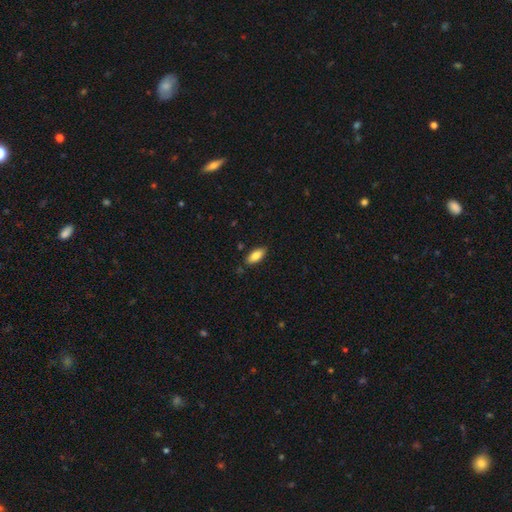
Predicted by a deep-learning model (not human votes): smooth-or-featured: smooth: 84% | featured or disk: 9% | star or artifact: 7%
  how-rounded: in between: 86% | cigar-shaped: 12% | round: 2%
  merging: none: 85% | minor disturbance: 11% | major disturbance: 2% | merger: 2%